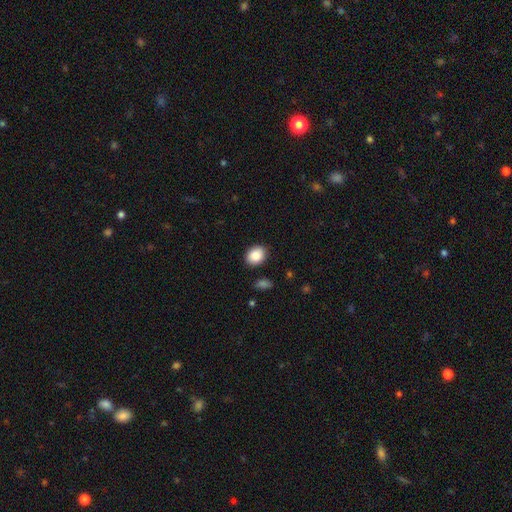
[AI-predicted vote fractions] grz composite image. It shows a smooth galaxy with no disk features (87%) that is in between round and cigar-shaped (60%). Merging: none (88%).